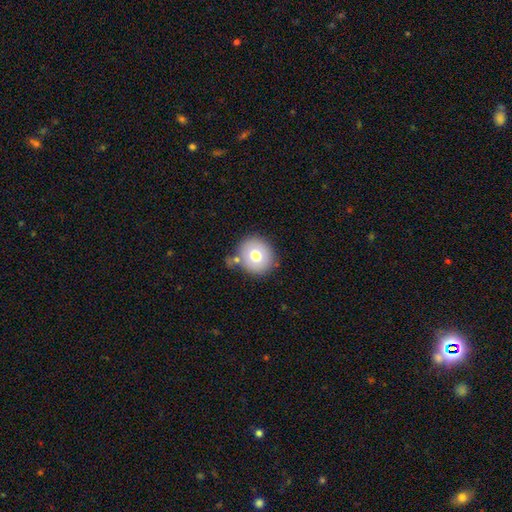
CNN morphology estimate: type=smooth (73%); roundness=round (86%); merging=none (76%).